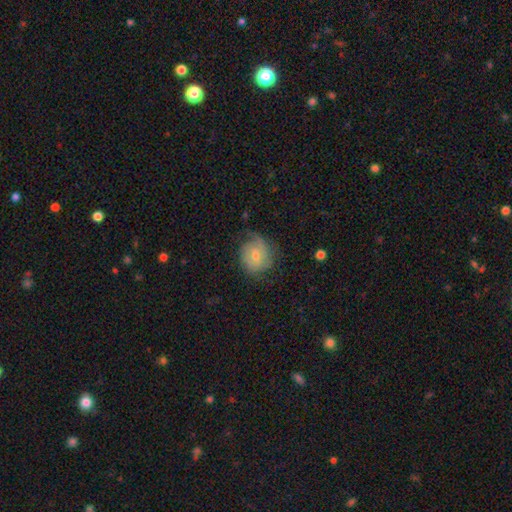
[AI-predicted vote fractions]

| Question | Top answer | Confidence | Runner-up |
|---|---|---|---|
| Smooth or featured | featured or disk | 48% | smooth (43%) |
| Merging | none | 60% | minor disturbance (25%) |